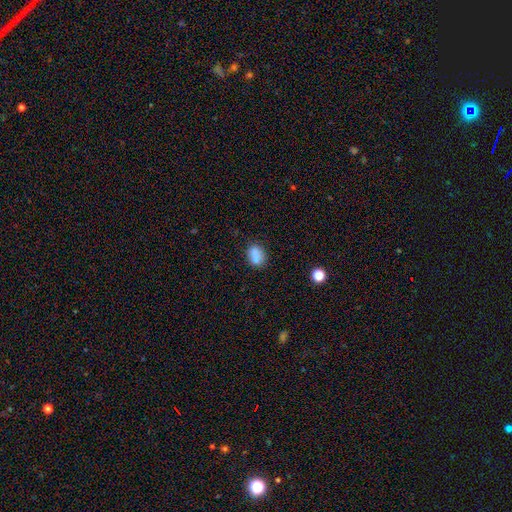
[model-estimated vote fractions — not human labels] Smooth or featured? Predicted: smooth (p=0.77). How rounded? Predicted: in between (p=0.66). Merging? Predicted: none (p=0.55).